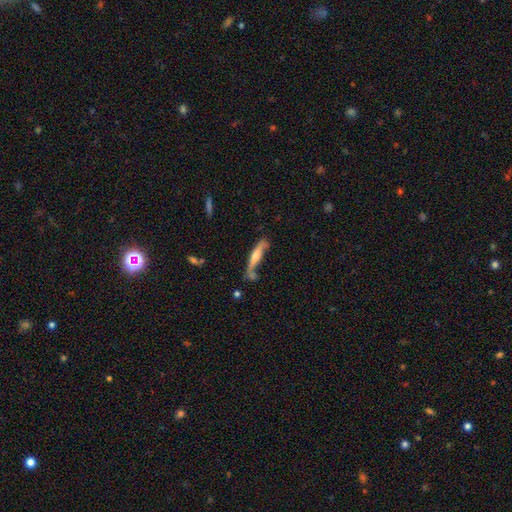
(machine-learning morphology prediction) Q: Smooth or featured?
A: featured or disk (58%); runner-up: smooth (35%)
Q: Edge-on disk?
A: yes (83%); runner-up: no (17%)
Q: Merging?
A: none (51%); runner-up: minor disturbance (23%)